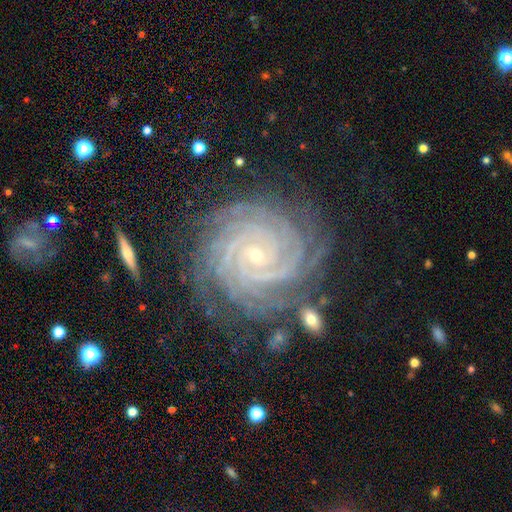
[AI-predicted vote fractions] featured or disk 92%, star or artifact 5%, smooth 3%. Down the decision tree: edge-on disk — no (98%); bar — no (67%); spiral arms — yes (99%); spiral arm count — 4 (30%); spiral winding — tight (89%); bulge size — small (83%); merging — none (79%).